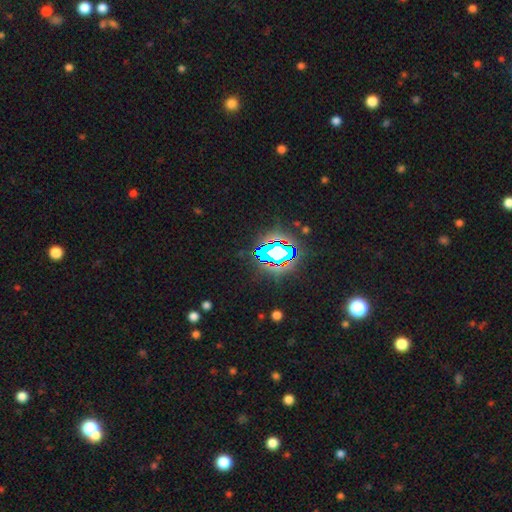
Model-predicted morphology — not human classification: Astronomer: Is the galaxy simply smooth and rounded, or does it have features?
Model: star or artifact — 80%.